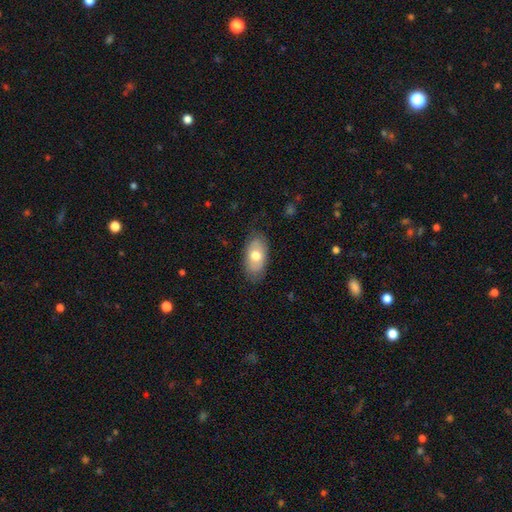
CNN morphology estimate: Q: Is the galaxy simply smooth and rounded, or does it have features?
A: smooth — 68%.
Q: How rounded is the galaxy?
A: in between — 92%.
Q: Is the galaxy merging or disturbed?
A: none — 80%.